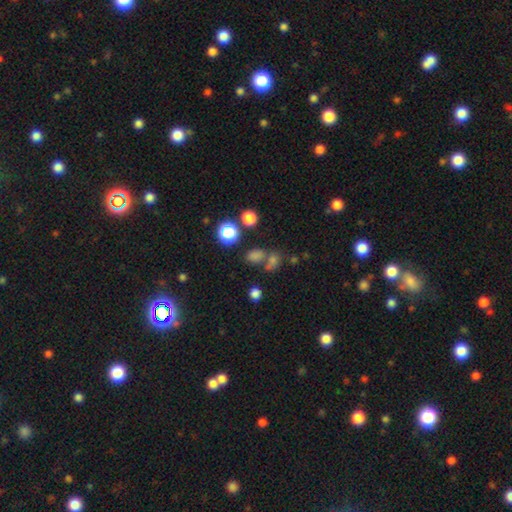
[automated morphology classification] smooth-or-featured: smooth: 64% | star or artifact: 28% | featured or disk: 8%
  how-rounded: round: 50% | in between: 48% | cigar-shaped: 2%
  merging: none: 56% | merger: 28% | minor disturbance: 10% | major disturbance: 6%